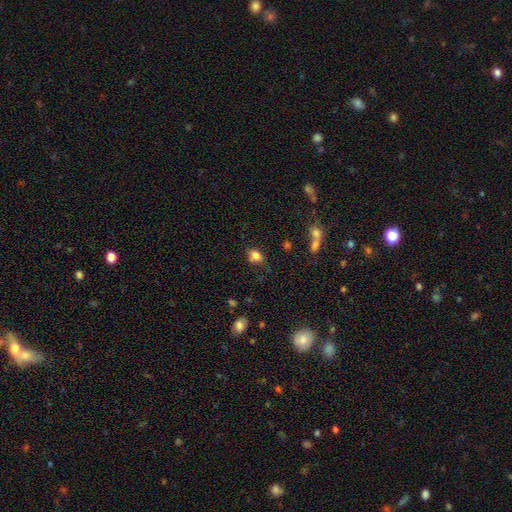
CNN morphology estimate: A smooth galaxy with no disk features (81%) that is in between round and cigar-shaped (69%). Merging: none (62%).